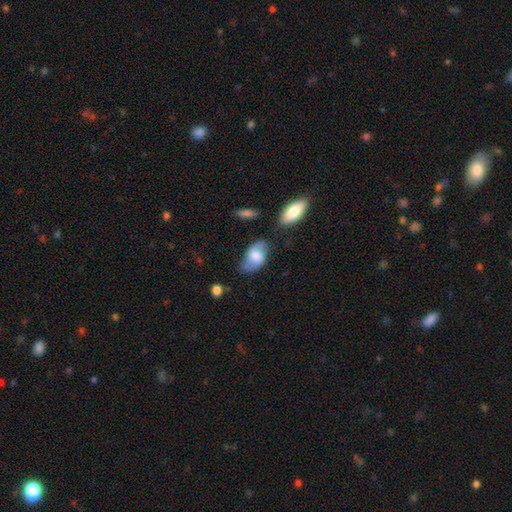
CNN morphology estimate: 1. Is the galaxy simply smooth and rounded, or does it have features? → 60% smooth, 33% featured or disk, 7% star or artifact.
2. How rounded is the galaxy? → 92% in between, 6% round, 2% cigar-shaped.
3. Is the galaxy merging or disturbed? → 62% none, 25% minor disturbance, 7% major disturbance, 6% merger.